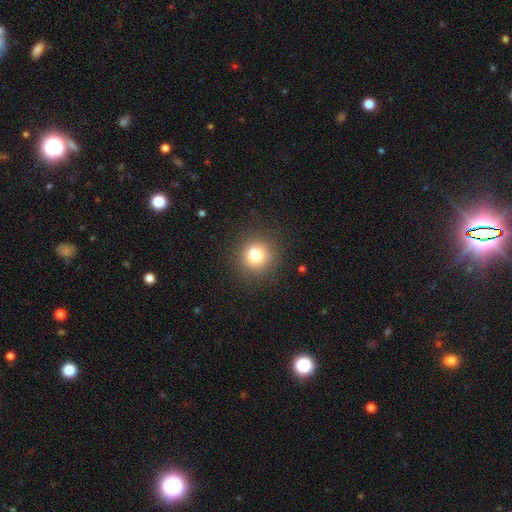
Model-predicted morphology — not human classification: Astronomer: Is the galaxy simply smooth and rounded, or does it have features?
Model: smooth — 76%.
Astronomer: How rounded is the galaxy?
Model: round — 92%.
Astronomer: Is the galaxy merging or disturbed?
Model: none — 87%.